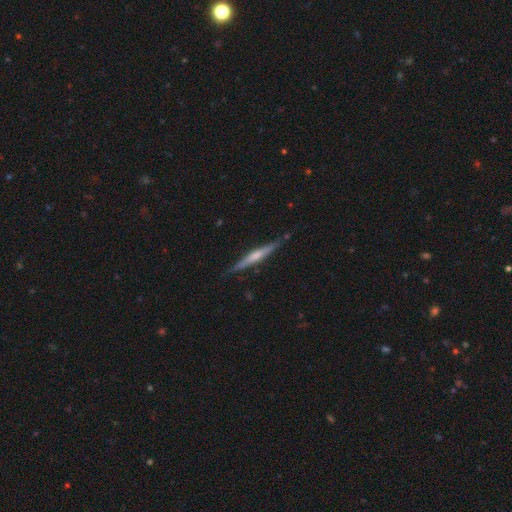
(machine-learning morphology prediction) This is likely a featured or disk galaxy (61%). It is clearly viewed edge-on (97%). Edge-on bulge: possibly rounded (57%). Merging: clearly none (85%).